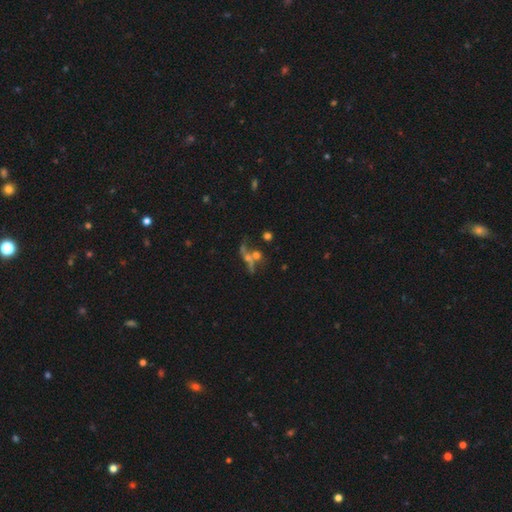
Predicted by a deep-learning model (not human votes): Q: Smooth or featured?
A: featured or disk (39%); runner-up: star or artifact (34%)
Q: Merging?
A: none (39%); runner-up: merger (34%)